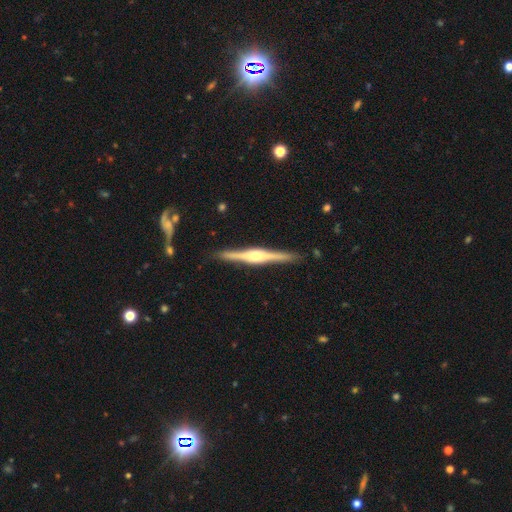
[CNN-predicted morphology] Smooth or featured: featured or disk — 84% (smooth — 11%)
Edge-on disk: yes — 98% (no — 2%)
Edge-on bulge: rounded — 84% (boxy — 12%)
Merging: none — 89% (minor disturbance — 7%)